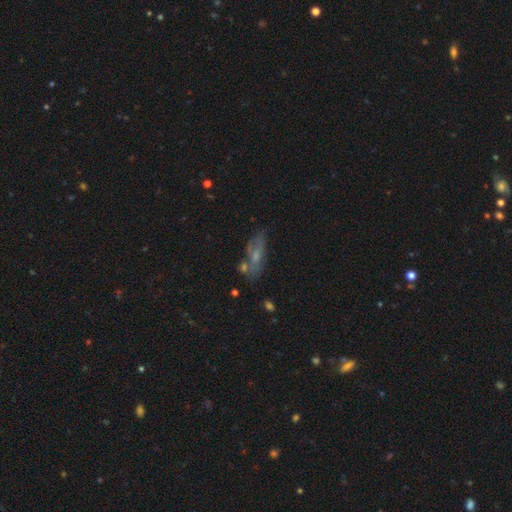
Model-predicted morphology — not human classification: A featured or disk galaxy (43%, tied with smooth).

Vote fractions:
- Smooth or featured? featured or disk: 43% (tied) / smooth: 43% (tied) / star or artifact: 14%
- Merging? none: 53% / minor disturbance: 22% / merger: 14% / major disturbance: 11%